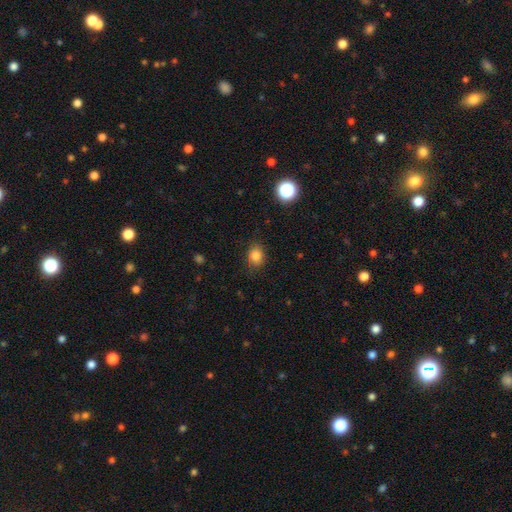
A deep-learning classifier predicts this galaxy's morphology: Smooth or featured? smooth (83%)
How rounded? in between (51%)
Merging? none (83%)